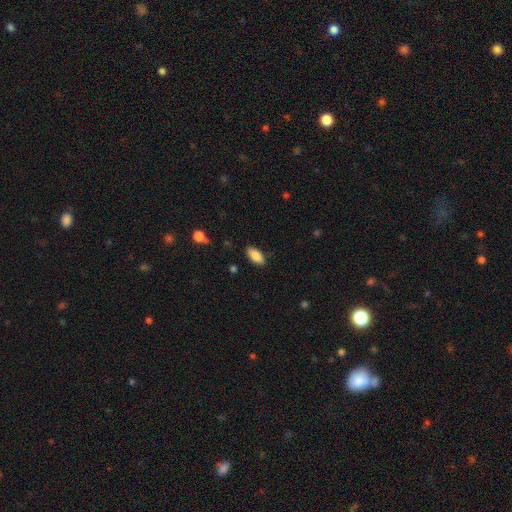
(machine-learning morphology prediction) smooth 87%, star or artifact 7%, featured or disk 7%. Down the decision tree: how rounded — in between (89%); merging — none (84%).